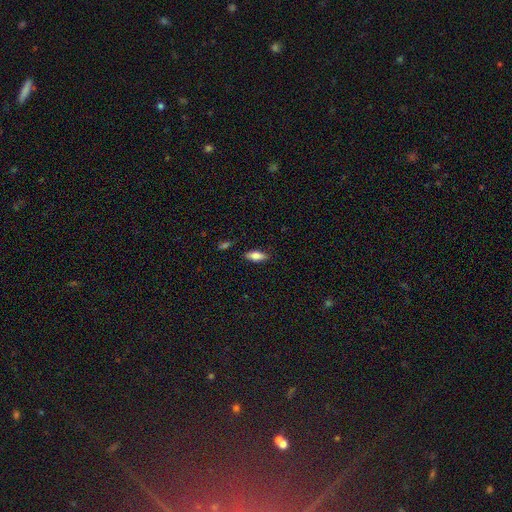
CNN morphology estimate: Smooth or featured?
  - smooth: 76% *
  - featured or disk: 17%
  - star or artifact: 7%
How rounded?
  - in between: 77% *
  - cigar-shaped: 21%
  - round: 2%
Merging?
  - none: 86% *
  - minor disturbance: 10%
  - major disturbance: 2%
  - merger: 2%